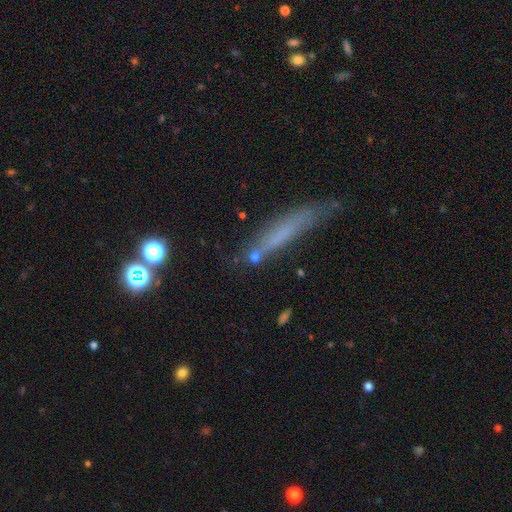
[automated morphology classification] smooth-or-featured: smooth: 55% | featured or disk: 30% | star or artifact: 15%
  how-rounded: cigar-shaped: 85% | in between: 10% | round: 6%
  merging: none: 68% | minor disturbance: 18% | major disturbance: 7% | merger: 7%